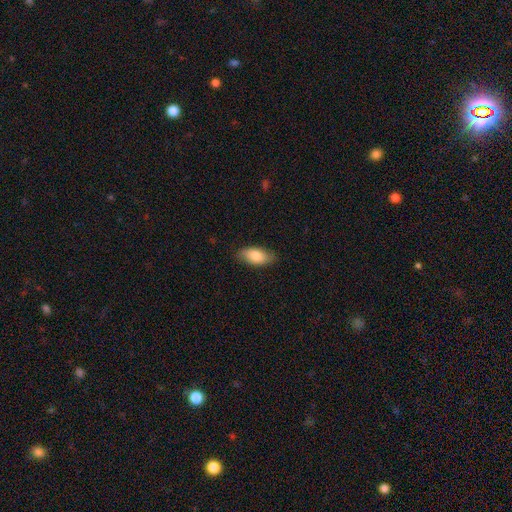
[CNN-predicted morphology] Smooth or featured? Predicted: smooth (p=0.82). How rounded? Predicted: in between (p=0.91). Merging? Predicted: none (p=0.83).